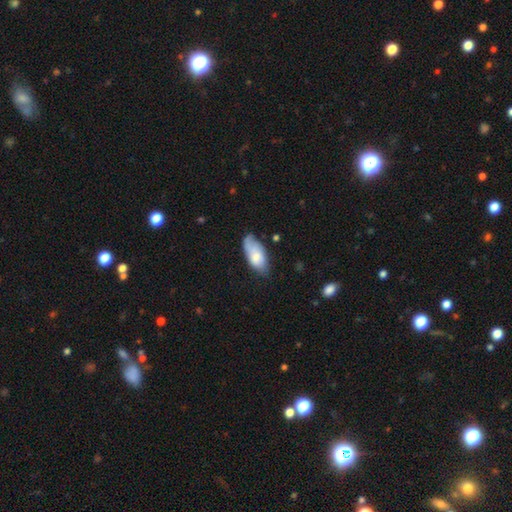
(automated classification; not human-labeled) Overall: smooth (71%). How rounded: in between (90%). Merging: none (50%; minor disturbance 35%).